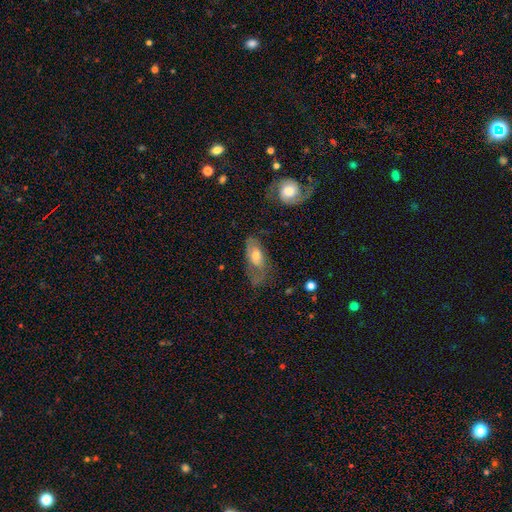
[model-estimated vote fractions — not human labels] The model was most divided on "smooth or featured": featured or disk: 49%, smooth: 43%, star or artifact: 8%. Remaining: merging — none (44%).